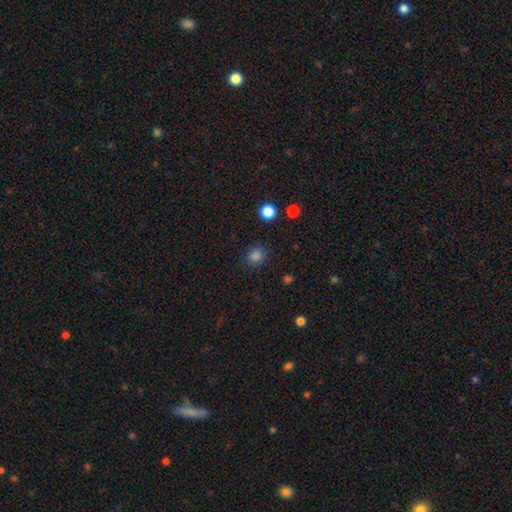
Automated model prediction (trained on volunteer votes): A smooth galaxy with no disk features (82%) that is round (74%). Merging: none (84%).